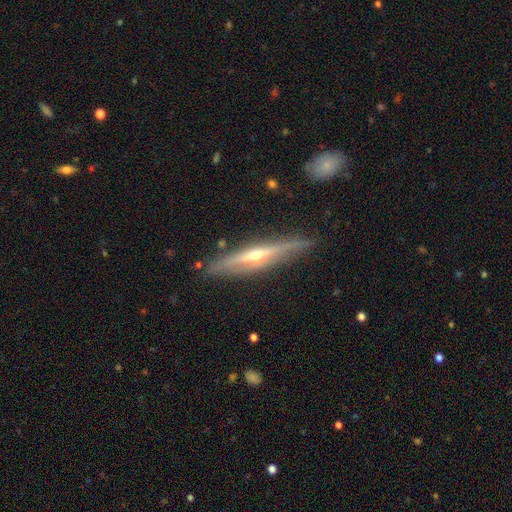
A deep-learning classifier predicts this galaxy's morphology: smooth-or-featured: featured or disk: 77% | smooth: 17% | star or artifact: 6%
  disk-edge-on: yes: 95% | no: 5%
    edge-on-bulge: rounded: 86% | none: 10% | boxy: 3%
  merging: none: 84% | minor disturbance: 12% | major disturbance: 2% | merger: 2%